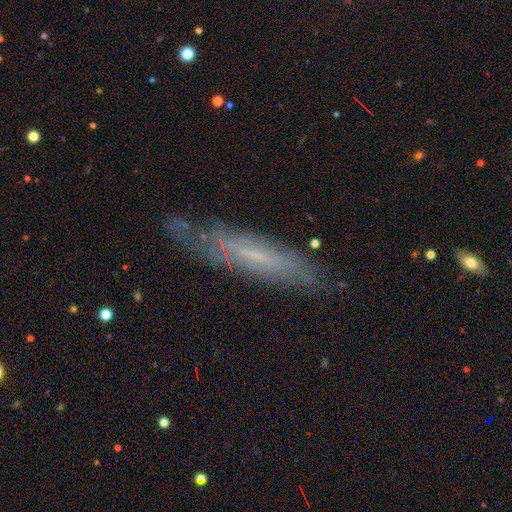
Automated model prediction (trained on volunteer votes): smooth-or-featured: featured or disk: 61% | smooth: 29% | star or artifact: 10%
  disk-edge-on: yes: 52% | no: 48%
  merging: none: 72% | minor disturbance: 20% | major disturbance: 6% | merger: 2%